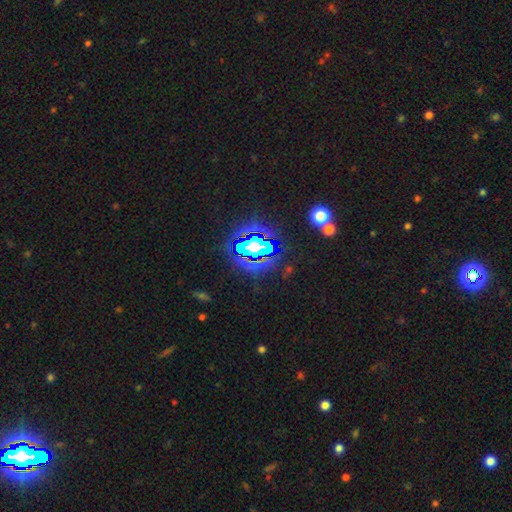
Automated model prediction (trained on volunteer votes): Smooth or featured? Predicted: star or artifact (p=0.82).